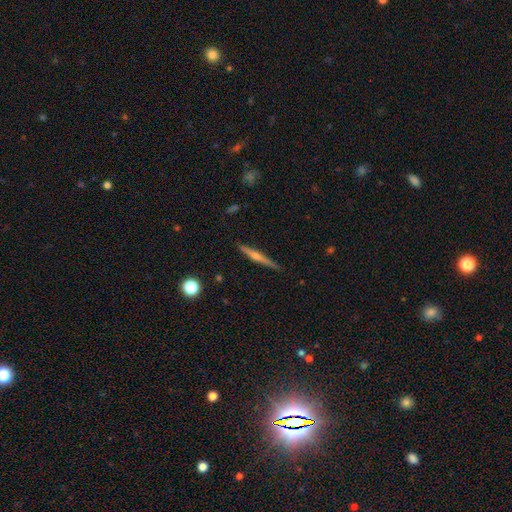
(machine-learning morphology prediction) Smooth or featured?
  - featured or disk: 73% *
  - smooth: 20%
  - star or artifact: 7%
Edge-on disk?
  - yes: 98% *
  - no: 2%
Edge-on bulge?
  - rounded: 84% *
  - none: 11%
  - boxy: 5%
Merging?
  - none: 90% *
  - minor disturbance: 7%
  - major disturbance: 1%
  - merger: 1%